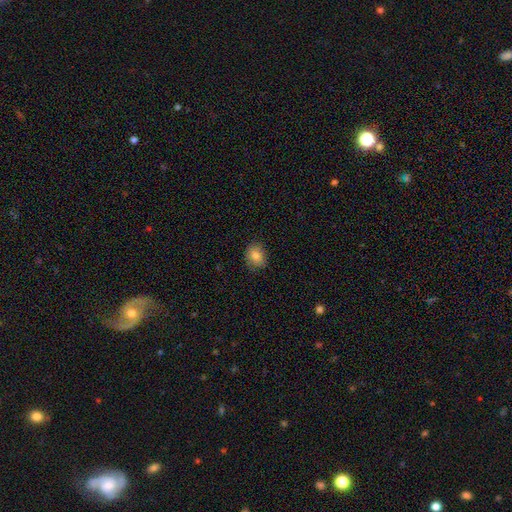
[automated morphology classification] Smooth or featured? smooth (82%)
How rounded? round (52%)
Merging? none (81%)